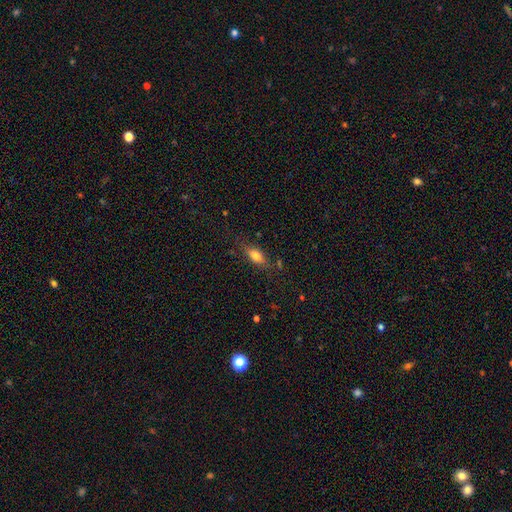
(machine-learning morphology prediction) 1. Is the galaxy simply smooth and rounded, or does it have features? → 73% smooth, 18% featured or disk, 9% star or artifact.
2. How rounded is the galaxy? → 77% in between, 17% cigar-shaped, 5% round.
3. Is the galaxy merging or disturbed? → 75% none, 17% minor disturbance, 5% major disturbance, 3% merger.